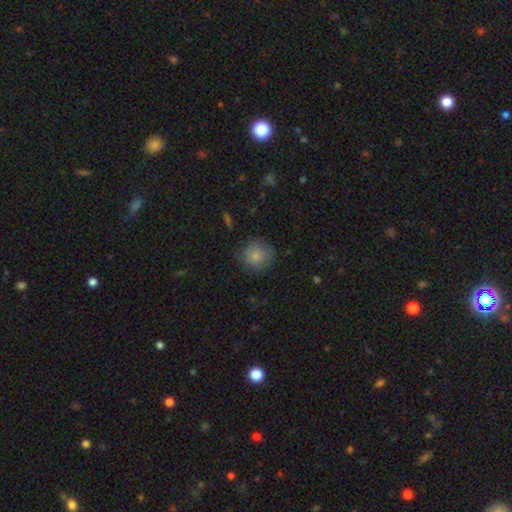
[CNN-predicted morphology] This is clearly a smooth galaxy (81%). How rounded: clearly round (91%). Merging: likely none (79%).